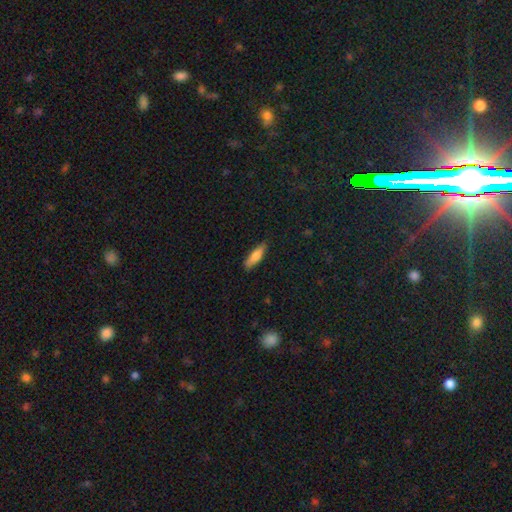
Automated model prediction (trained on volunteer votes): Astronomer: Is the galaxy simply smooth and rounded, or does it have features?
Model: smooth — 73%.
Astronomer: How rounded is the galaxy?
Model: cigar-shaped — 60% (runner-up: in between, 38%).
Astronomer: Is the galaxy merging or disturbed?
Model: none — 83%.